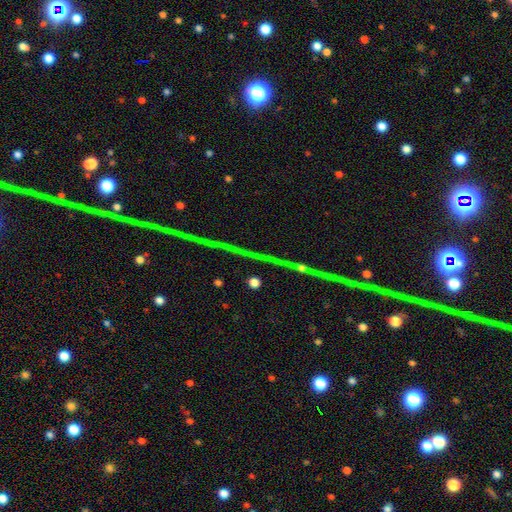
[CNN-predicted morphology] type=star or artifact (72%).